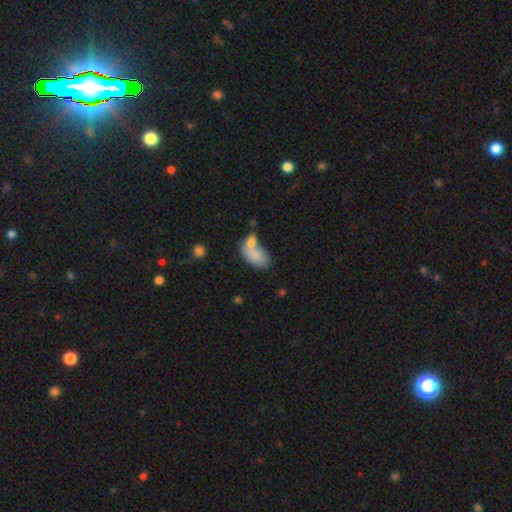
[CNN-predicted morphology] Overall: smooth (79%). How rounded: in between (91%). Merging: merger (46%; none 30%).